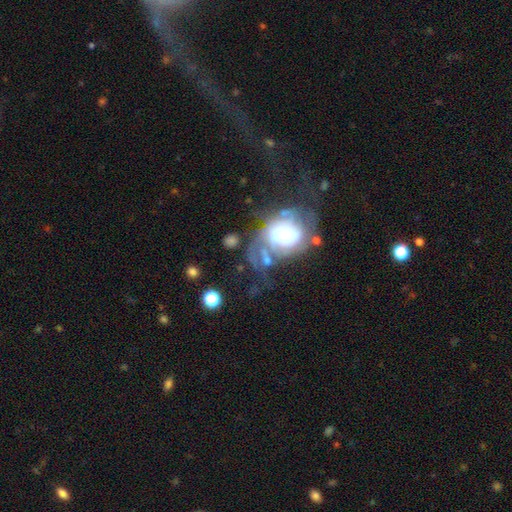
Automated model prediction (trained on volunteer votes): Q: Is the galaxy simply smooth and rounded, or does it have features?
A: featured or disk — 64%.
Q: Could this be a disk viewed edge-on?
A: no — 97%.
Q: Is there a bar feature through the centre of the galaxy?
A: no — 63%.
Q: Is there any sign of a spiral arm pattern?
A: yes — 70%.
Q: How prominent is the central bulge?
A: large — 44%.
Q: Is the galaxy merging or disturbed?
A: major disturbance — 40%.